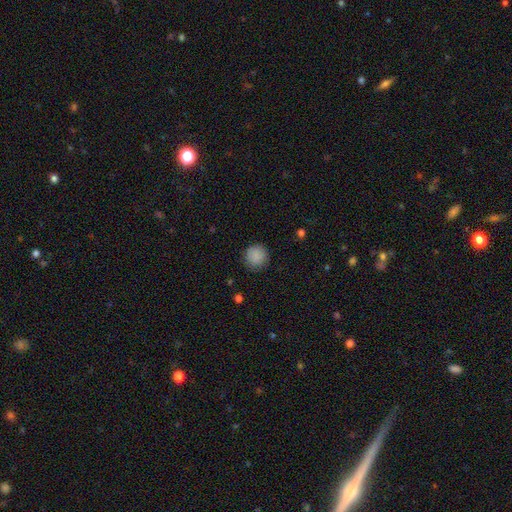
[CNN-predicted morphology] Smooth or featured? smooth (87%)
How rounded? round (93%)
Merging? none (84%)